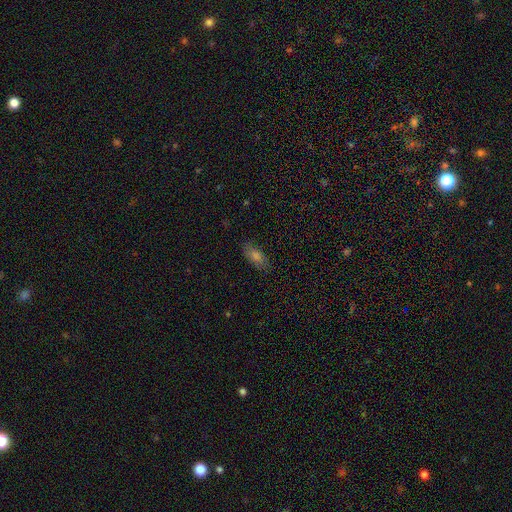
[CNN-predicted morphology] smooth 66%, featured or disk 19%, star or artifact 15%. Down the decision tree: how rounded — in between (77%); merging — none (82%).